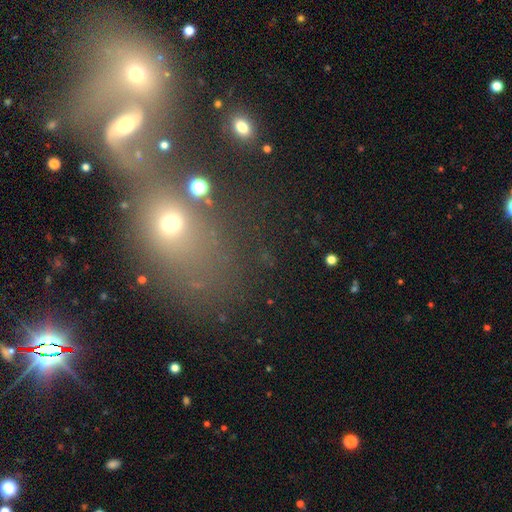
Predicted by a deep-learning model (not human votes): This appears to be a smooth galaxy with no disk features (43%). Merging: merger (59%).